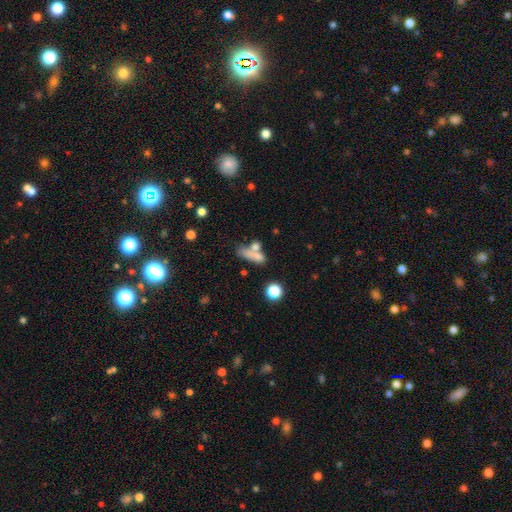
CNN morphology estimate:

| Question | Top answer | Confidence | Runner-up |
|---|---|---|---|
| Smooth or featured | smooth | 69% | featured or disk (19%) |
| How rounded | in between | 52% | cigar-shaped (33%) |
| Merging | merger | 38% | none (37%) |